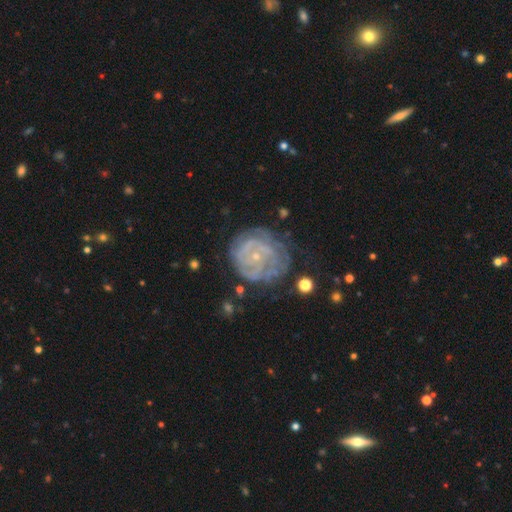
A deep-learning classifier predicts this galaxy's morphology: Overall: featured or disk (83%). Edge-on disk: no (98%). Bar: no (73%). Spiral arms: yes (93%). Spiral arm count: can't tell (37%; 2 20%). Spiral winding: tight (76%). Bulge size: small (84%). Merging: none (61%; minor disturbance 23%).